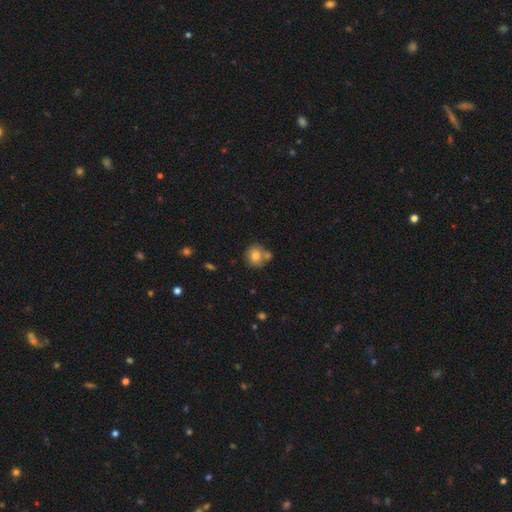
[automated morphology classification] A smooth galaxy with no disk features (78%) that is round (84%). Merging: none (57%).